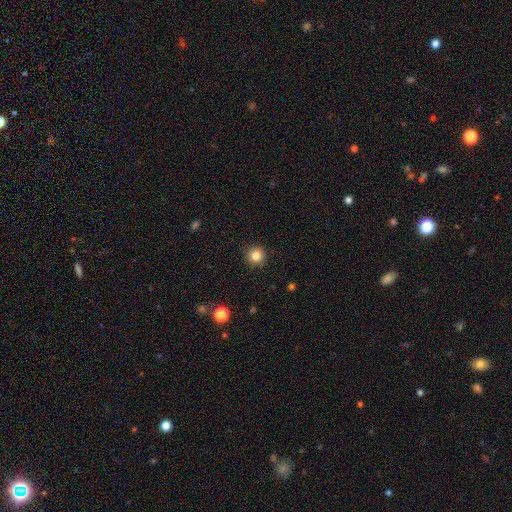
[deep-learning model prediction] Q: Smooth or featured?
A: smooth (84%); runner-up: star or artifact (11%)
Q: How rounded?
A: round (95%); runner-up: in between (4%)
Q: Merging?
A: none (92%); runner-up: minor disturbance (5%)